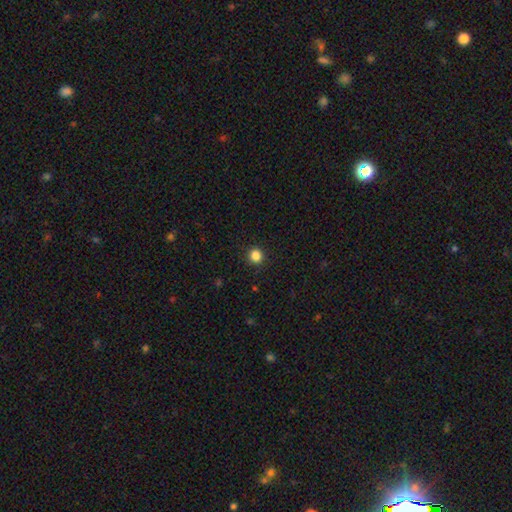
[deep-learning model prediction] smooth 85%, star or artifact 12%, featured or disk 3%. Down the decision tree: how rounded — round (92%); merging — none (92%).